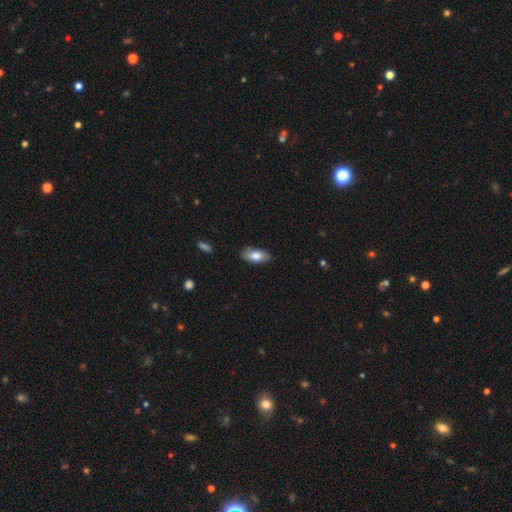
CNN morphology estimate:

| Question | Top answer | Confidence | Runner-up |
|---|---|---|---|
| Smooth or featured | smooth | 76% | featured or disk (18%) |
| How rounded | in between | 89% | cigar-shaped (7%) |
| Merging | none | 82% | minor disturbance (15%) |